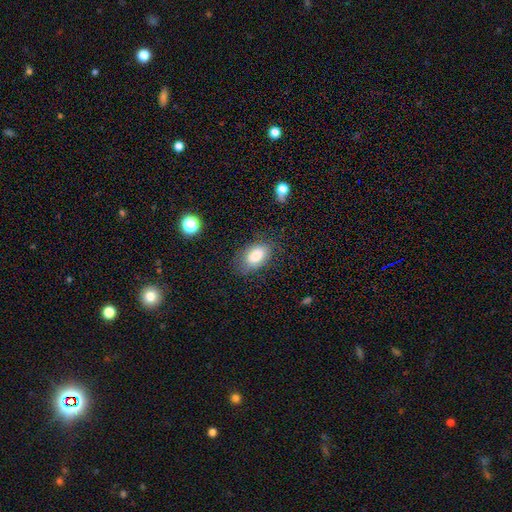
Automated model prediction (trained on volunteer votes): This is clearly a smooth galaxy (83%). How rounded: clearly in between (92%). Merging: likely none (78%).